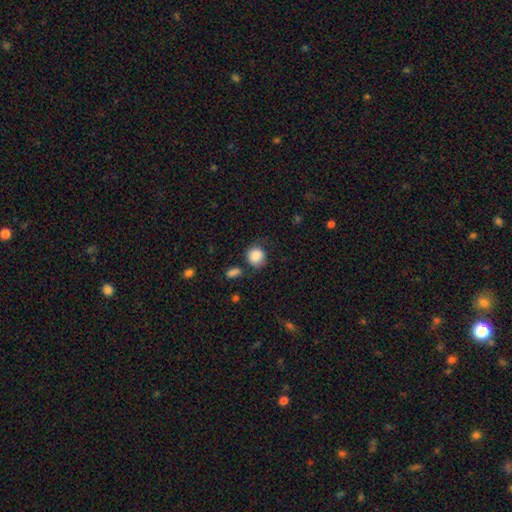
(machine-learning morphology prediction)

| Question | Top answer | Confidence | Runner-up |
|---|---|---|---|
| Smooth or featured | smooth | 88% | star or artifact (8%) |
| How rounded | round | 85% | in between (14%) |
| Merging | none | 68% | minor disturbance (20%) |